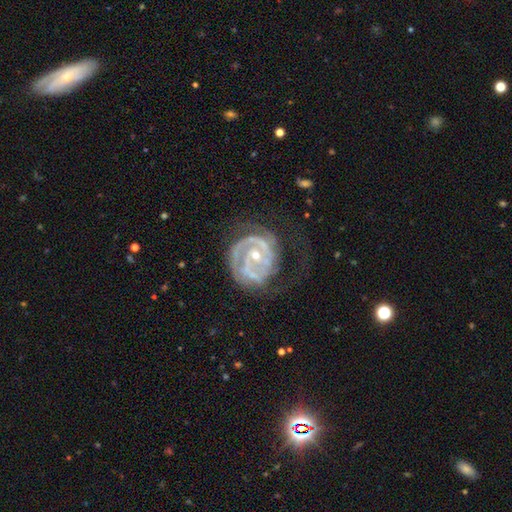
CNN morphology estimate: Q: Smooth or featured?
A: featured or disk (88%); runner-up: smooth (6%)
Q: Edge-on disk?
A: no (98%); runner-up: yes (2%)
Q: Bar?
A: no (51%); runner-up: weak (33%)
Q: Spiral arms?
A: yes (94%); runner-up: no (6%)
Q: Spiral winding?
A: tight (65%); runner-up: medium (28%)
Q: Spiral arm count?
A: 2 (44%); runner-up: can't tell (22%)
Q: Bulge size?
A: small (62%); runner-up: moderate (35%)
Q: Merging?
A: none (50%); runner-up: major disturbance (24%)